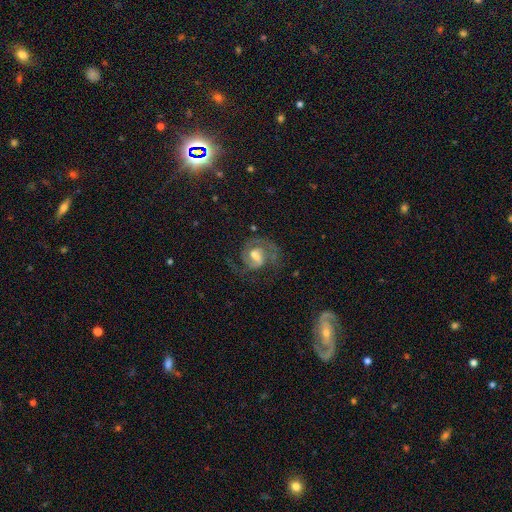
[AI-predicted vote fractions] Smooth or featured? Predicted: featured or disk (p=0.82). Edge-on disk? Predicted: no (p=0.97). Bar? Predicted: weak (p=0.55). Spiral arms? Predicted: yes (p=0.95). Spiral winding? Predicted: medium (p=0.51). Spiral arm count? Predicted: 2 (p=0.78). Bulge size? Predicted: moderate (p=0.46). Merging? Predicted: none (p=0.63).